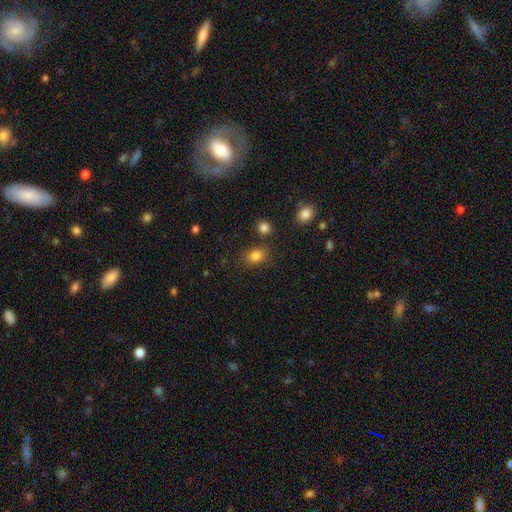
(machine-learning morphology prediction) Smooth or featured?
  - smooth: 83% *
  - star or artifact: 11%
  - featured or disk: 6%
How rounded?
  - in between: 62% *
  - round: 37%
  - cigar-shaped: 1%
Merging?
  - none: 77% *
  - minor disturbance: 12%
  - merger: 6%
  - major disturbance: 4%